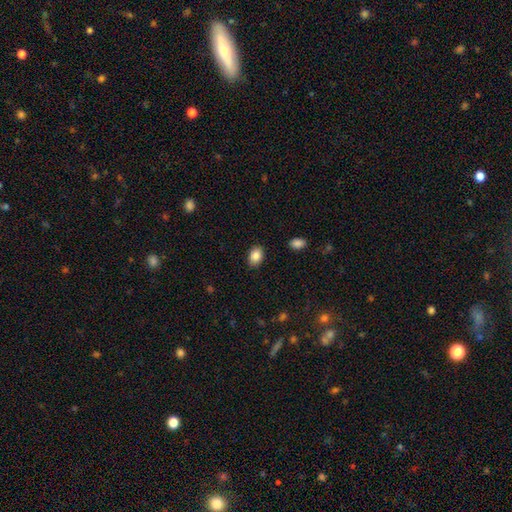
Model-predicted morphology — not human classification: type=smooth (86%); roundness=in between (82%); merging=none (87%).